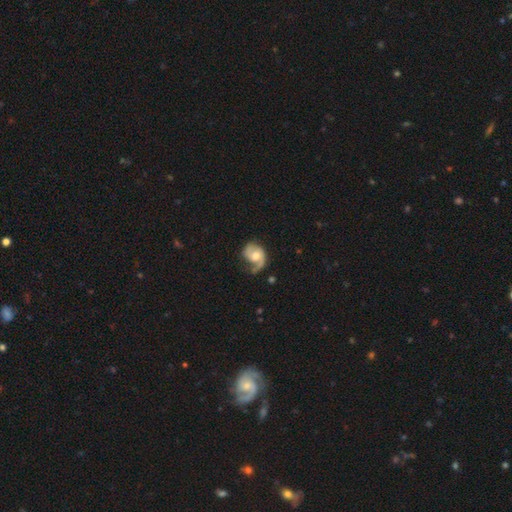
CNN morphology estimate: This appears to be a featured or disk galaxy (76%) with no bar (61%), 2 (59%) medium (43%) spiral arms (93%) and a moderate central bulge (60%). Merging: none (46%).